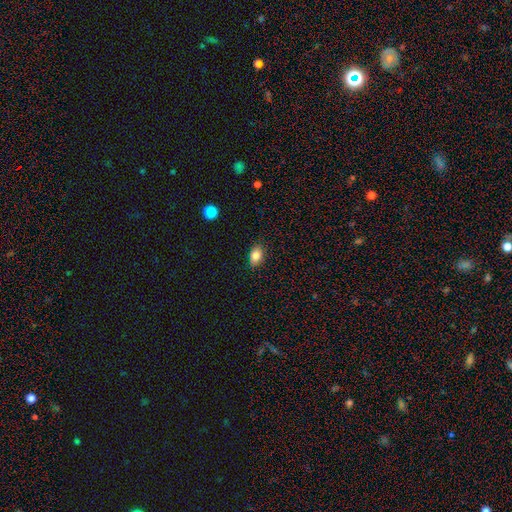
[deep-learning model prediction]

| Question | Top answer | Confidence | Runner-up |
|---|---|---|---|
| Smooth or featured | smooth | 82% | star or artifact (9%) |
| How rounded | in between | 81% | round (17%) |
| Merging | none | 84% | minor disturbance (12%) |